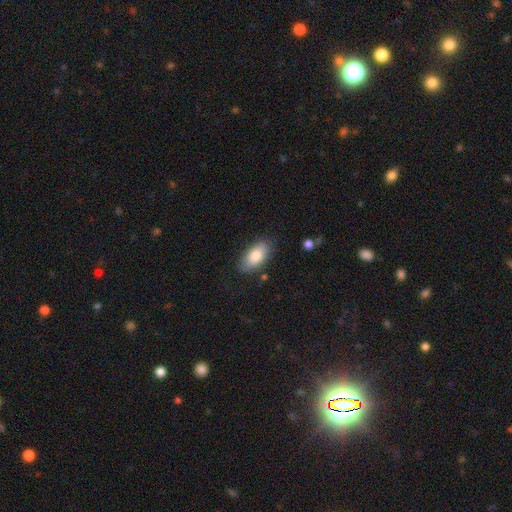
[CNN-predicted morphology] This is clearly a smooth galaxy (82%). How rounded: clearly in between (92%). Merging: clearly none (81%).